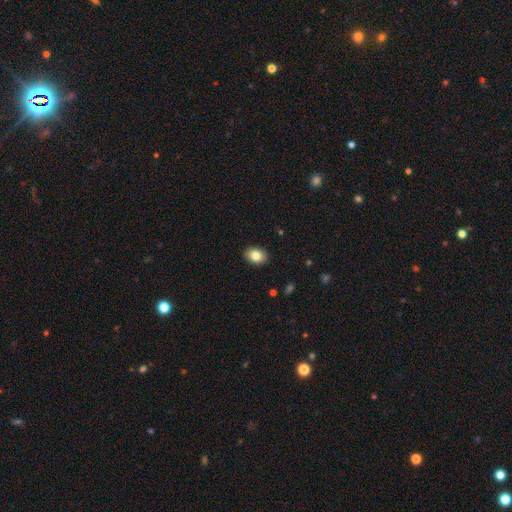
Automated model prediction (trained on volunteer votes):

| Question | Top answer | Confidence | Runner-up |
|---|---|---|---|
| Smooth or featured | smooth | 83% | featured or disk (9%) |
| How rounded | in between | 74% | round (25%) |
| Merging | none | 90% | minor disturbance (7%) |